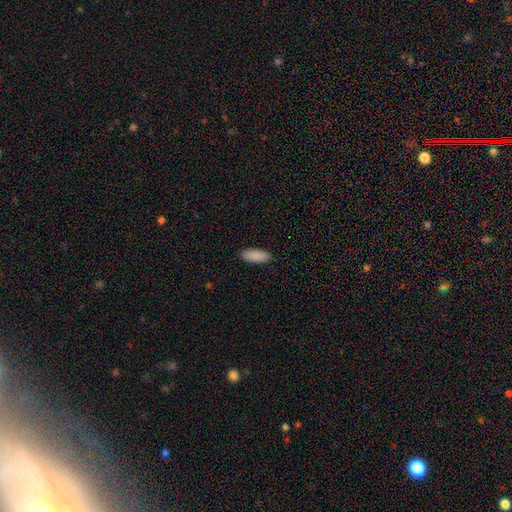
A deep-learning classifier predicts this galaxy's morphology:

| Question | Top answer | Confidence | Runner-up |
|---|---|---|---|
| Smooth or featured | smooth | 90% | star or artifact (6%) |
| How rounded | in between | 76% | cigar-shaped (22%) |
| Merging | none | 89% | minor disturbance (8%) |